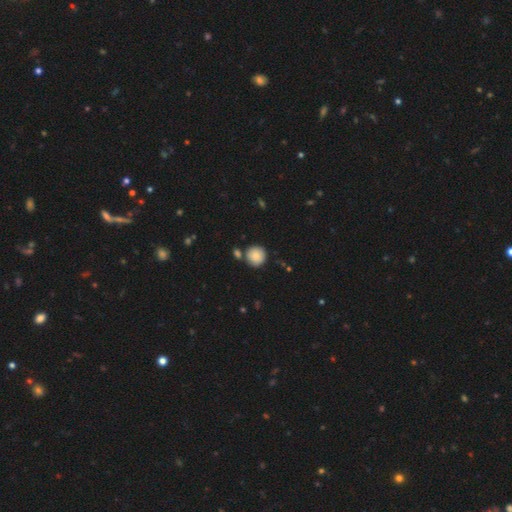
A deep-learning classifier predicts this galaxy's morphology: This appears to be a smooth galaxy with no disk features (85%) that is round (94%). Merging: none (76%).